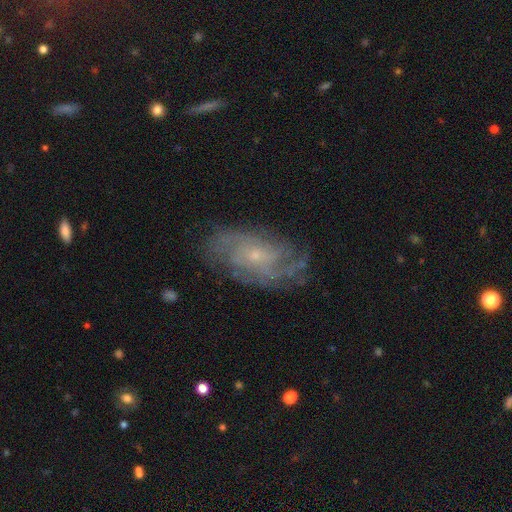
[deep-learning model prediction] Q: Smooth or featured?
A: featured or disk (81%); runner-up: smooth (13%)
Q: Edge-on disk?
A: no (95%); runner-up: yes (5%)
Q: Bar?
A: no (73%); runner-up: weak (24%)
Q: Spiral arms?
A: yes (92%); runner-up: no (8%)
Q: Spiral winding?
A: tight (51%); runner-up: medium (36%)
Q: Spiral arm count?
A: can't tell (42%); runner-up: 2 (20%)
Q: Bulge size?
A: small (78%); runner-up: moderate (17%)
Q: Merging?
A: none (73%); runner-up: minor disturbance (18%)